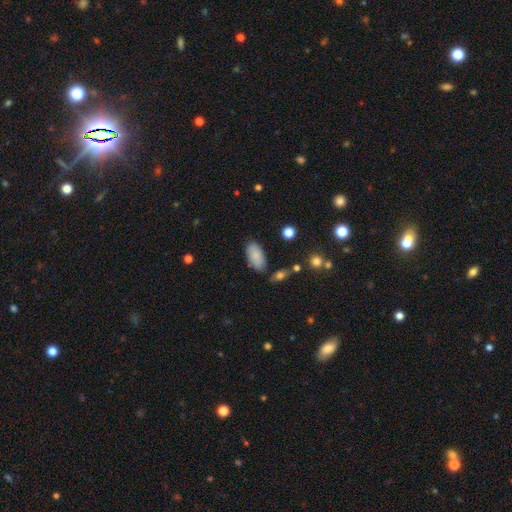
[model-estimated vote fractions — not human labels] A smooth galaxy with no disk features (86%) that is in between round and cigar-shaped (94%).

Vote fractions:
- Smooth or featured? smooth: 86% / featured or disk: 7% / star or artifact: 7%
- How rounded? in between: 94% / cigar-shaped: 4% / round: 2%
- Merging? none: 81% / minor disturbance: 13% / merger: 3% / major disturbance: 3%